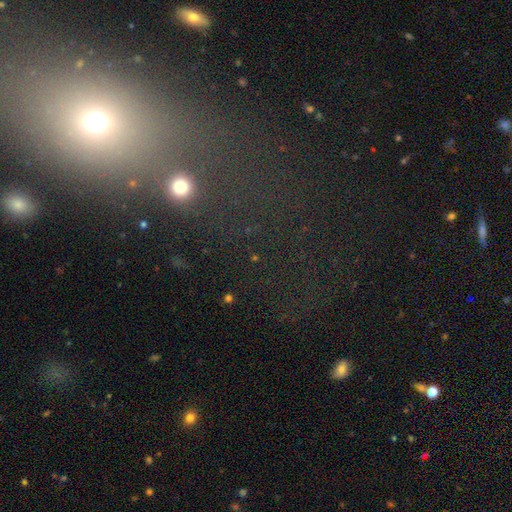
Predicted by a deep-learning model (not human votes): smooth_or_featured: star or artifact (p=0.55) [alt: smooth p=0.30]